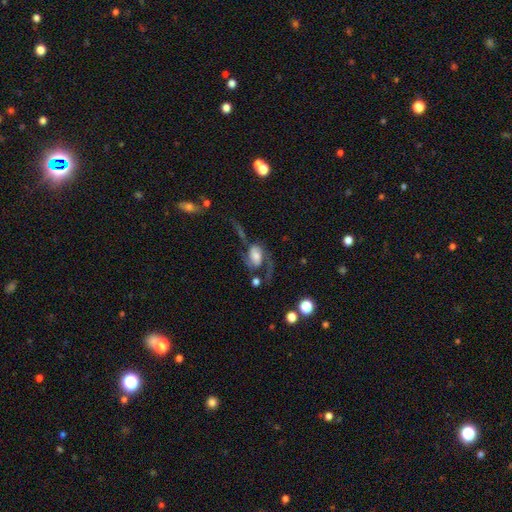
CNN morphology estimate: This is likely a featured or disk galaxy (67%). It is clearly not viewed edge-on (96%). Bar: possibly no (53%). Spiral arm pattern: clearly yes (87%). Spiral arm count: likely 2 (80%). Spiral winding: likely loose (64%). Central bulge: marginally moderate (33%). Merging: marginally major disturbance (40%).